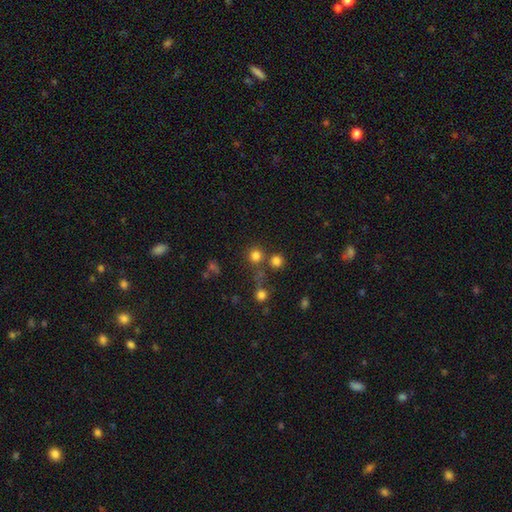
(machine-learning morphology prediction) type=smooth (77%); roundness=round (93%); merging=none (72%).